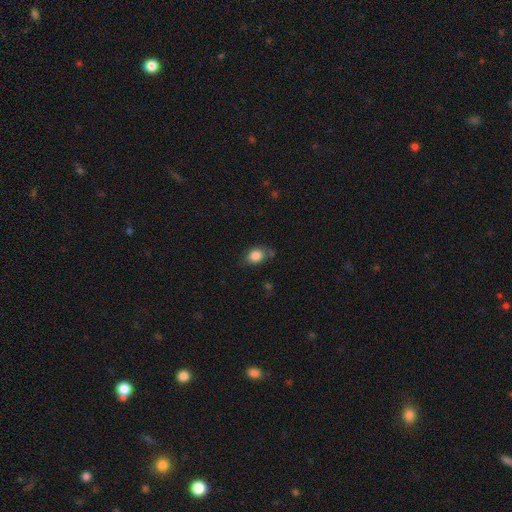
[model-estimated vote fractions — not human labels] Smooth or featured? smooth (83%)
How rounded? in between (61%)
Merging? none (66%)